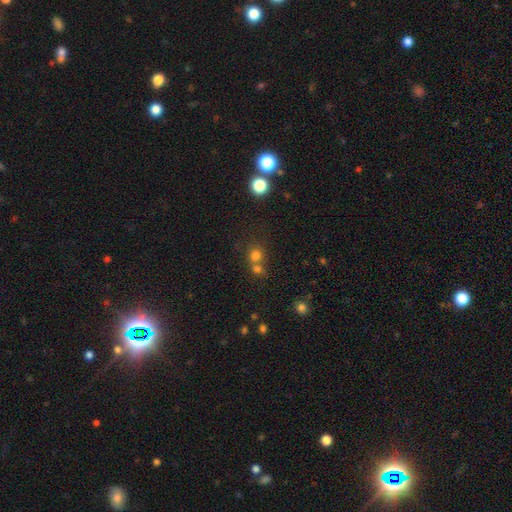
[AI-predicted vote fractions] smooth_or_featured: smooth (p=0.74) [alt: star or artifact p=0.17]
how_rounded: round (p=0.84) [alt: in between p=0.15]
merging: none (p=0.46) [alt: merger p=0.44]